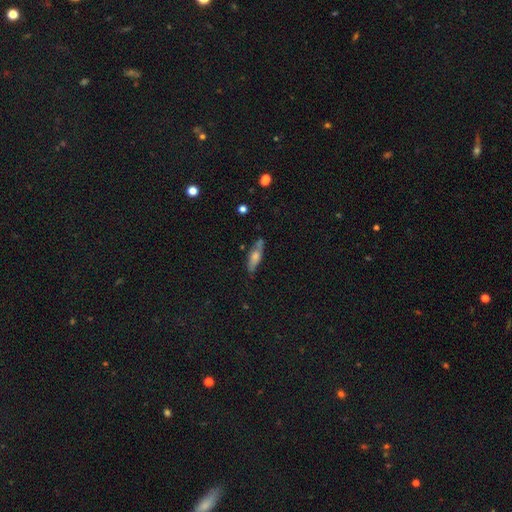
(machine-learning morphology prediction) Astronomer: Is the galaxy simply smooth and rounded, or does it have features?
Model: smooth — 47% (runner-up: featured or disk, 43%).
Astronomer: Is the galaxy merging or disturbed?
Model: none — 73%.